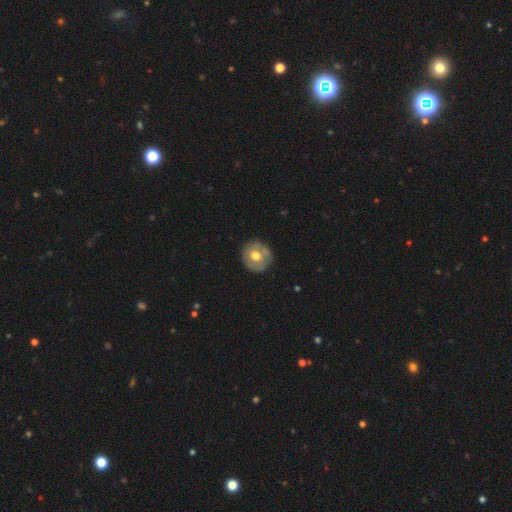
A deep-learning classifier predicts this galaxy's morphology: This is possibly a smooth galaxy (53%). How rounded: clearly round (88%). Merging: clearly none (80%).